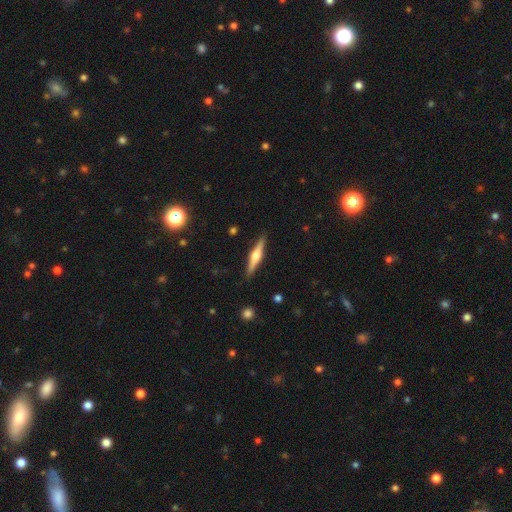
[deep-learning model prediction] Smooth or featured: featured or disk — 66% (smooth — 28%)
Edge-on disk: yes — 98% (no — 2%)
Edge-on bulge: rounded — 88% (boxy — 8%)
Merging: none — 90% (minor disturbance — 7%)